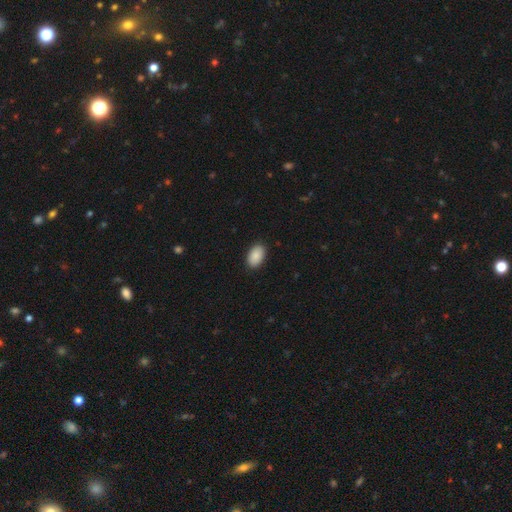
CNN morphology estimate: This appears to be a smooth galaxy with no disk features (90%) that is in between round and cigar-shaped (93%). Merging: none (89%).